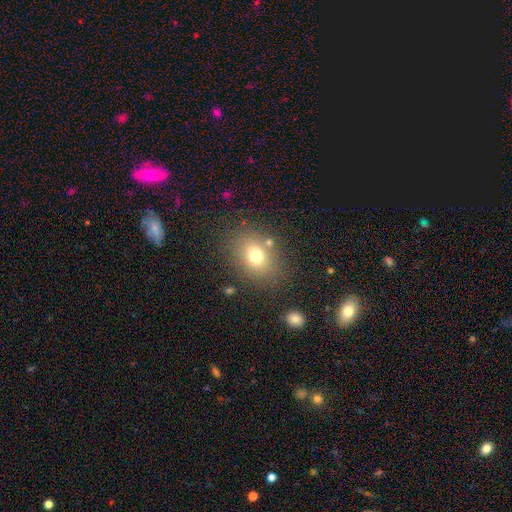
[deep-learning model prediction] This appears to be a smooth galaxy with no disk features (72%) that is in between round and cigar-shaped (57%). Merging: none (78%).